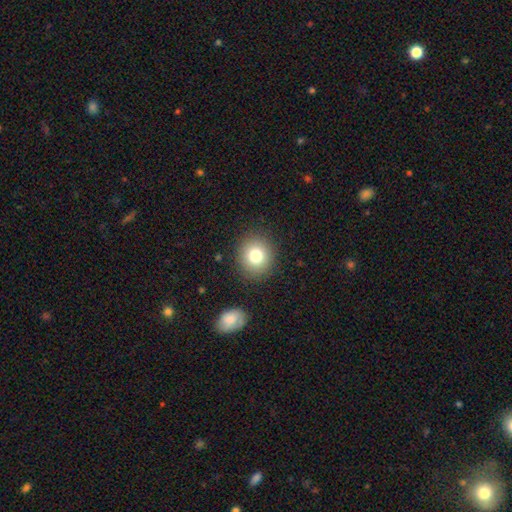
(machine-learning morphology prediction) The model was most divided on "smooth or featured": smooth: 79%, star or artifact: 11%, featured or disk: 10%. More confident: merging — none (88%); how rounded — round (84%).